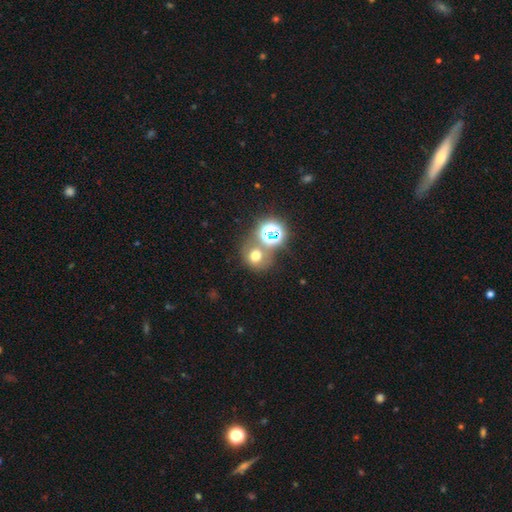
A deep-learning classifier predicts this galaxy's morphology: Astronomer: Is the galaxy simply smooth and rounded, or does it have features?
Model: smooth — 61%.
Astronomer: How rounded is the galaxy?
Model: round — 76%.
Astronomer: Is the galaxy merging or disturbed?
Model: none — 56%.